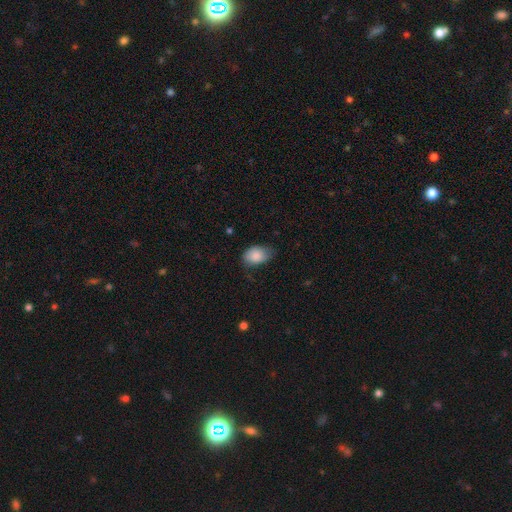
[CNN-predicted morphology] Q: Smooth or featured?
A: smooth (86%); runner-up: star or artifact (7%)
Q: How rounded?
A: in between (85%); runner-up: round (14%)
Q: Merging?
A: none (60%); runner-up: minor disturbance (32%)